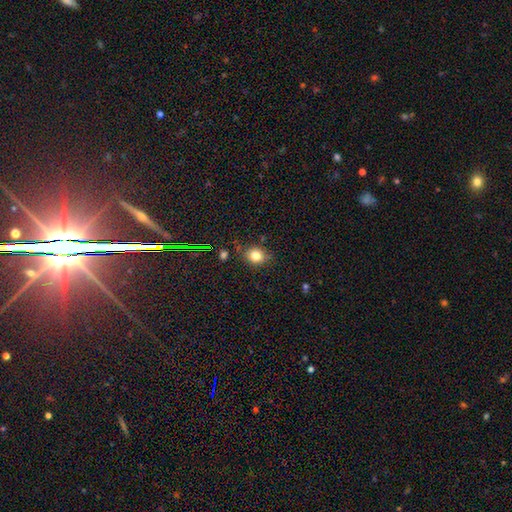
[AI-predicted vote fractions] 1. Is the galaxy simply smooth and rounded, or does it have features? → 79% smooth, 13% star or artifact, 8% featured or disk.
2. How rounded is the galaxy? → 61% round, 38% in between, 1% cigar-shaped.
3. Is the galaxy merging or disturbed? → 75% none, 17% minor disturbance, 4% major disturbance, 4% merger.